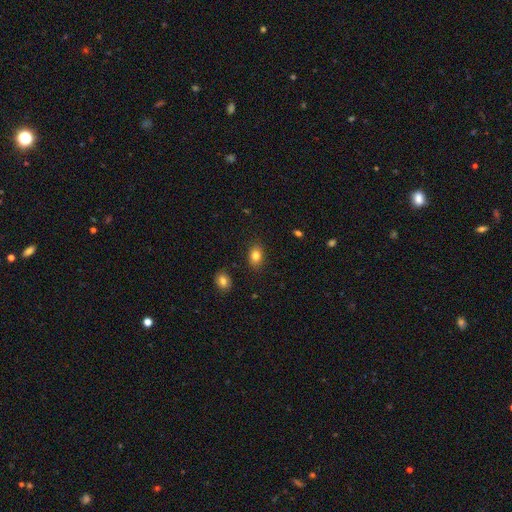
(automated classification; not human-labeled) This is clearly a smooth galaxy (82%). How rounded: likely in between (76%). Merging: clearly none (87%).